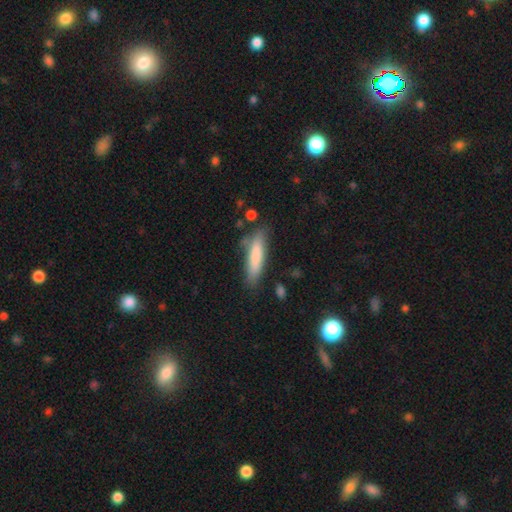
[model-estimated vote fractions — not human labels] Smooth or featured: smooth — 80% (featured or disk — 14%)
How rounded: cigar-shaped — 75% (in between — 23%)
Merging: none — 73% (minor disturbance — 19%)